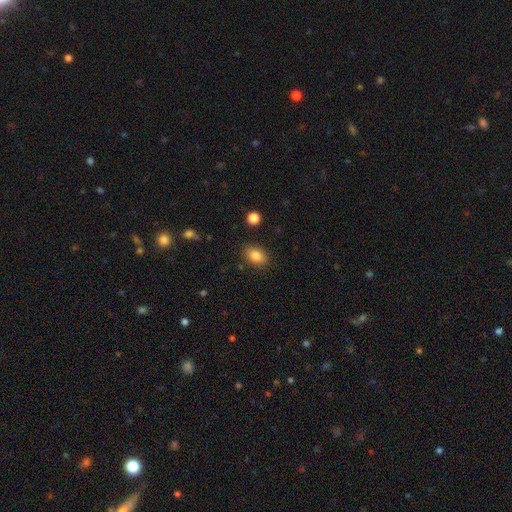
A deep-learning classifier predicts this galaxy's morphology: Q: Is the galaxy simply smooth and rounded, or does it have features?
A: smooth — 84%.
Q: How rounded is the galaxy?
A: in between — 81%.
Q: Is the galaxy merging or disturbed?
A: none — 85%.